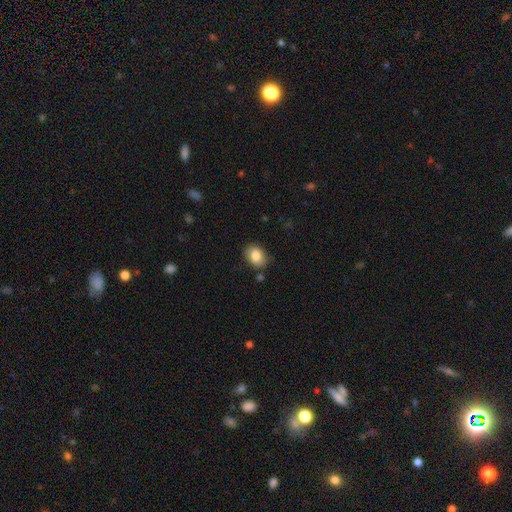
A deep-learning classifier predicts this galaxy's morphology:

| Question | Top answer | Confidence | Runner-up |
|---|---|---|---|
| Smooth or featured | smooth | 84% | star or artifact (8%) |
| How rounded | in between | 63% | round (36%) |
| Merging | none | 78% | minor disturbance (15%) |